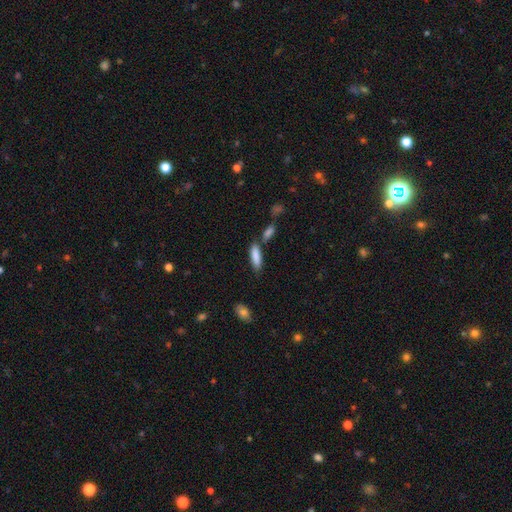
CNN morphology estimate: The model was most divided on "how rounded": cigar-shaped: 54%, in between: 44%, round: 2%. More confident: smooth or featured — smooth (86%); merging — none (64%).